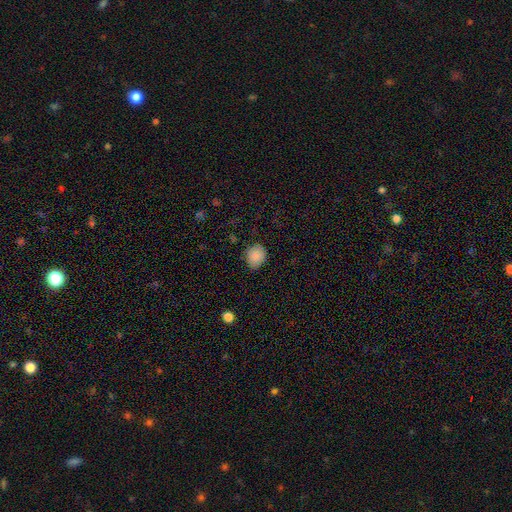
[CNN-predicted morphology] This appears to be a smooth galaxy with no disk features (88%) that is round (58%). Merging: none (79%).